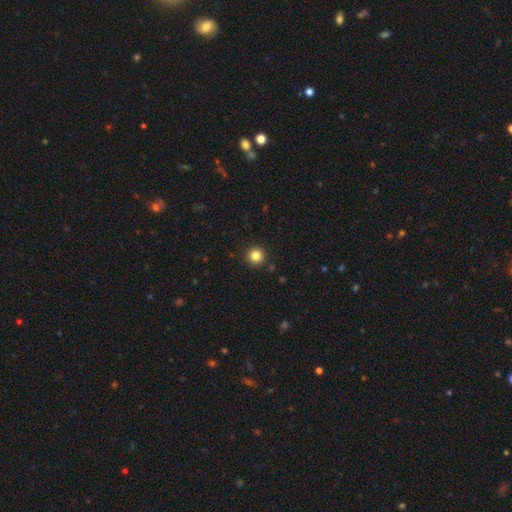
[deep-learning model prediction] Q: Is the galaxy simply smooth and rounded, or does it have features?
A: smooth — 84%.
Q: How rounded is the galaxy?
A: round — 95%.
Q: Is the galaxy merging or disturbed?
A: none — 92%.